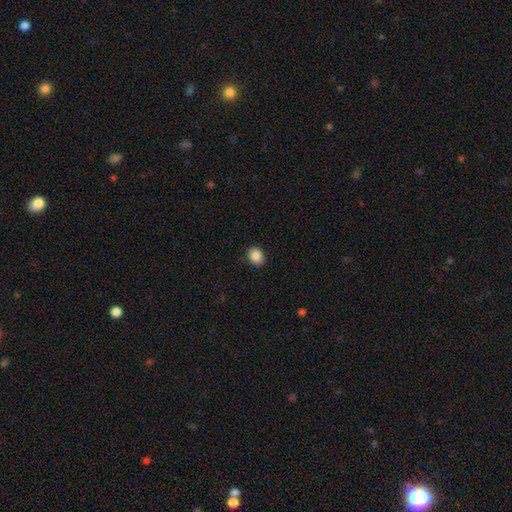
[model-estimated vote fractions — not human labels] A smooth galaxy with no disk features (87%) that is round (54%).

Vote fractions:
- Smooth or featured? smooth: 87% / star or artifact: 9% / featured or disk: 4%
- How rounded? round: 54% / in between: 45% / cigar-shaped: 1%
- Merging? none: 89% / minor disturbance: 8% / major disturbance: 2% / merger: 1%